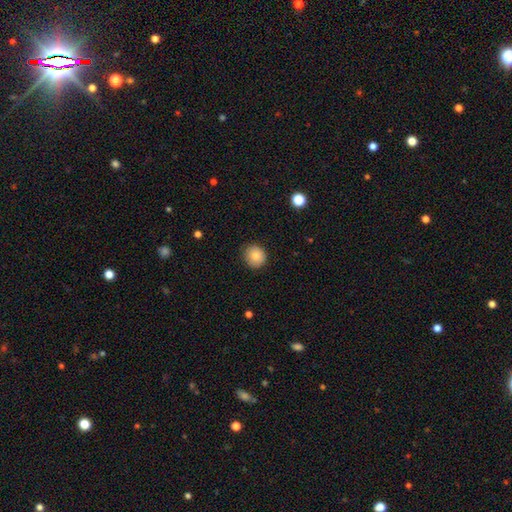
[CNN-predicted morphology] Overall: smooth (85%). How rounded: round (88%). Merging: none (88%).